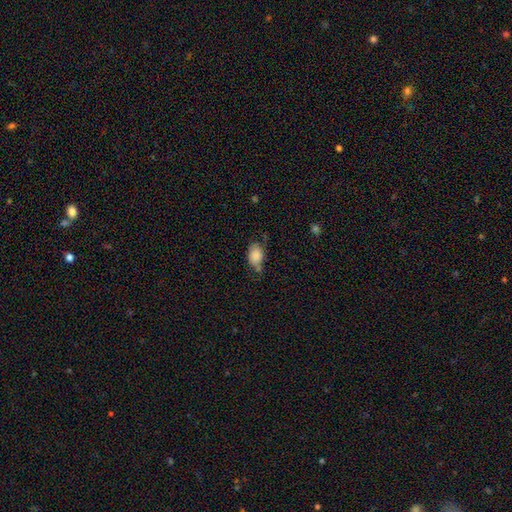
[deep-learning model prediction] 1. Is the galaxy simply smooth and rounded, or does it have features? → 83% smooth, 9% featured or disk, 8% star or artifact.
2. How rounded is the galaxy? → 82% in between, 16% round, 2% cigar-shaped.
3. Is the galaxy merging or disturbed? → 48% none, 33% minor disturbance, 11% major disturbance, 8% merger.